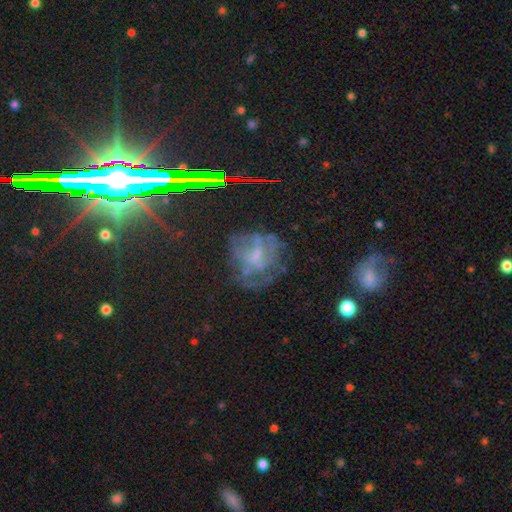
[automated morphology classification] This appears to be a featured or disk galaxy (47%). Merging: none (53%).